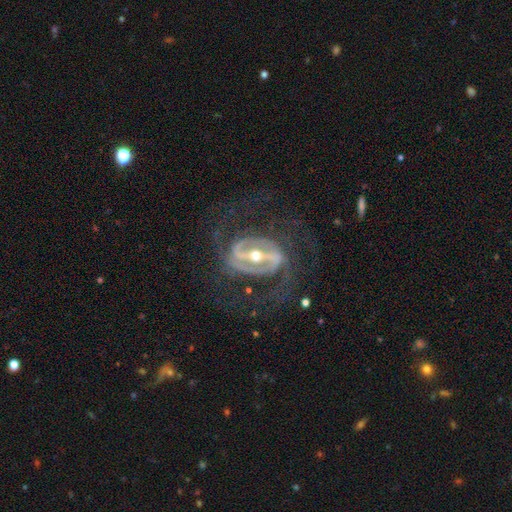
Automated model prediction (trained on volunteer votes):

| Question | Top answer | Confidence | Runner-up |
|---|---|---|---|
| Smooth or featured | featured or disk | 90% | star or artifact (5%) |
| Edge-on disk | no | 94% | yes (6%) |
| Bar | strong | 74% | weak (19%) |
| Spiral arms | yes | 90% | no (10%) |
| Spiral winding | medium | 48% | tight (29%) |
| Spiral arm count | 2 | 75% | can't tell (9%) |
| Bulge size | moderate | 59% | small (36%) |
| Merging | none | 66% | major disturbance (20%) |